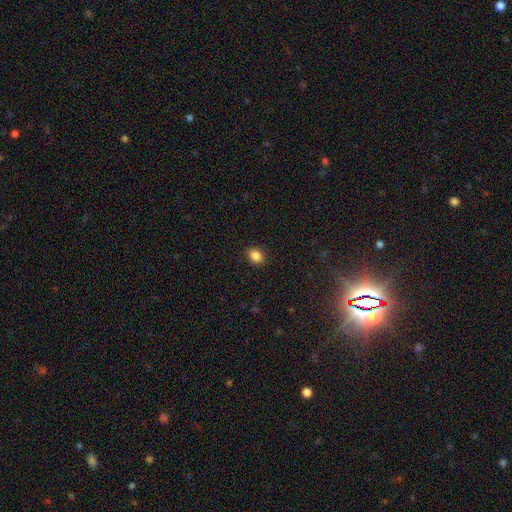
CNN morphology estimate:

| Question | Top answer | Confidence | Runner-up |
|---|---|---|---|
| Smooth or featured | smooth | 87% | star or artifact (10%) |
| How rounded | in between | 52% | round (46%) |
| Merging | none | 89% | minor disturbance (8%) |